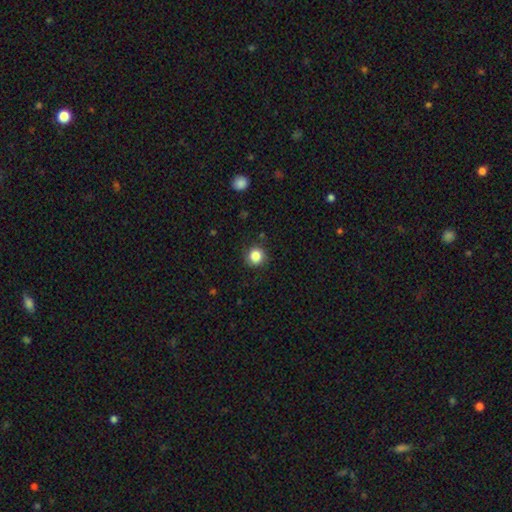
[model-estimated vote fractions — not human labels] A smooth galaxy with no disk features (85%) that is round (91%). Merging: none (87%).